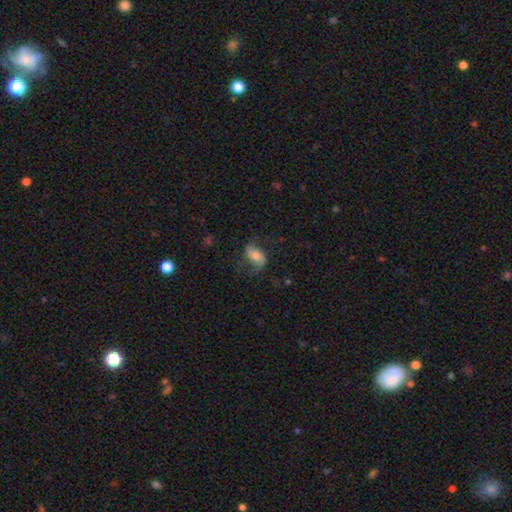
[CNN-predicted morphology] Q: Smooth or featured?
A: featured or disk (68%); runner-up: smooth (24%)
Q: Edge-on disk?
A: no (95%); runner-up: yes (5%)
Q: Bar?
A: no (44%); runner-up: weak (34%)
Q: Spiral arms?
A: yes (91%); runner-up: no (9%)
Q: Spiral winding?
A: loose (72%); runner-up: medium (22%)
Q: Spiral arm count?
A: 2 (91%); runner-up: can't tell (3%)
Q: Bulge size?
A: moderate (59%); runner-up: small (28%)
Q: Merging?
A: none (70%); runner-up: minor disturbance (18%)